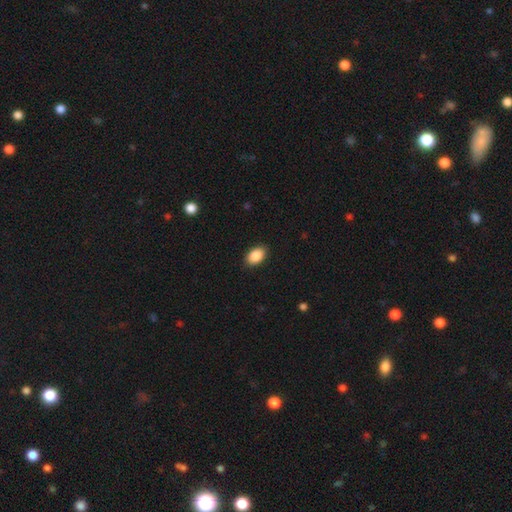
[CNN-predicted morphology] Q: Smooth or featured?
A: smooth (89%); runner-up: star or artifact (7%)
Q: How rounded?
A: in between (89%); runner-up: round (10%)
Q: Merging?
A: none (88%); runner-up: minor disturbance (9%)